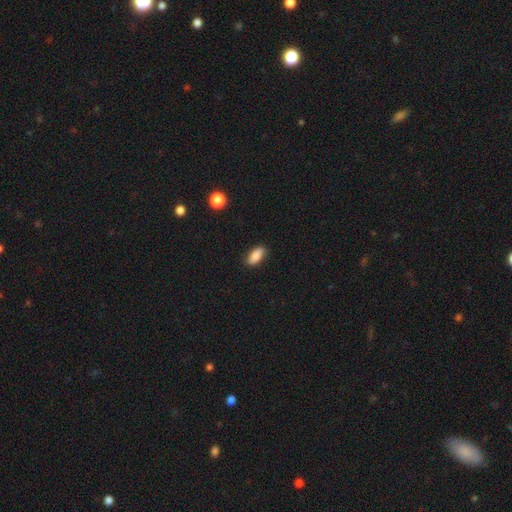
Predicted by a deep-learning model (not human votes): Smooth or featured? Predicted: smooth (p=0.84). How rounded? Predicted: in between (p=0.87). Merging? Predicted: none (p=0.83).